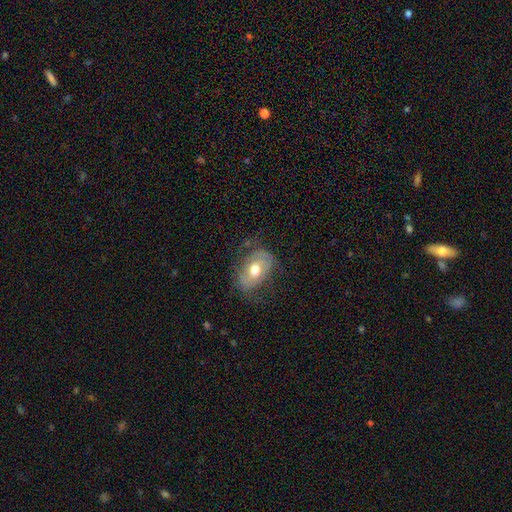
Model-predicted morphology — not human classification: smooth_or_featured: featured or disk (p=0.51) [alt: smooth p=0.39]
disk_edge_on: no (p=0.93) [alt: yes p=0.07]
merging: none (p=0.63) [alt: minor disturbance p=0.23]